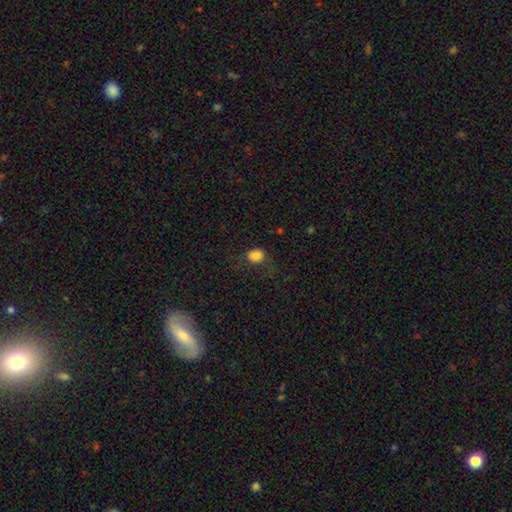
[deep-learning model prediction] Smooth or featured? Predicted: smooth (p=0.83). How rounded? Predicted: round (p=0.58). Merging? Predicted: none (p=0.60).